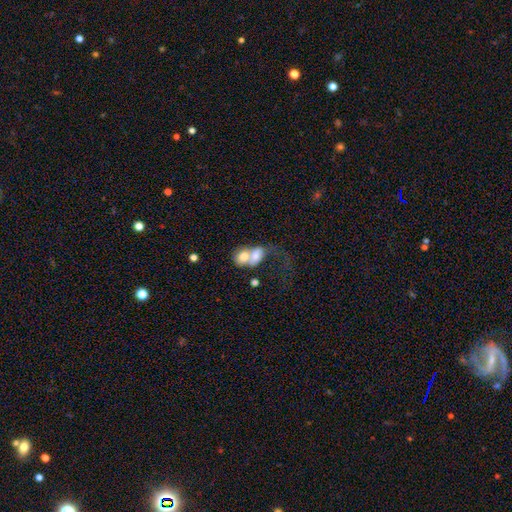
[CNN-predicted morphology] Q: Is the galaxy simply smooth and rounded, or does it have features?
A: smooth — 63%.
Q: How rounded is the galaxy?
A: in between — 63%.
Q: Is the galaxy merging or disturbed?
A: merger — 75%.